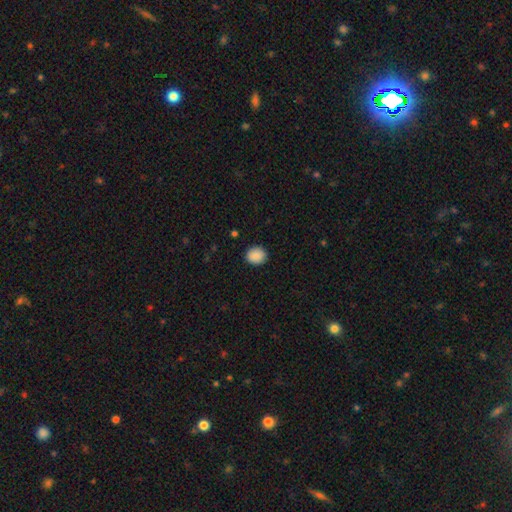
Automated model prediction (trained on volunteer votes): Smooth or featured: smooth — 89% (star or artifact — 8%)
How rounded: round — 70% (in between — 29%)
Merging: none — 89% (minor disturbance — 8%)